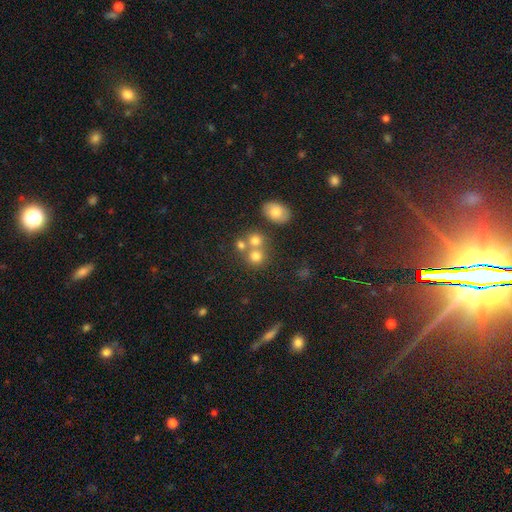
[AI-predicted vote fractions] Smooth or featured? smooth (72%)
How rounded? round (81%)
Merging? none (52%)